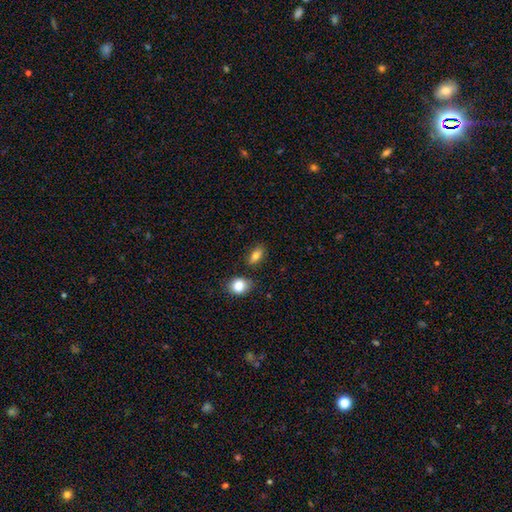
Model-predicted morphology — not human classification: The model was most divided on "merging": none: 79%, minor disturbance: 12%, merger: 6%, major disturbance: 3%. More confident: how rounded — in between (81%); smooth or featured — smooth (80%).